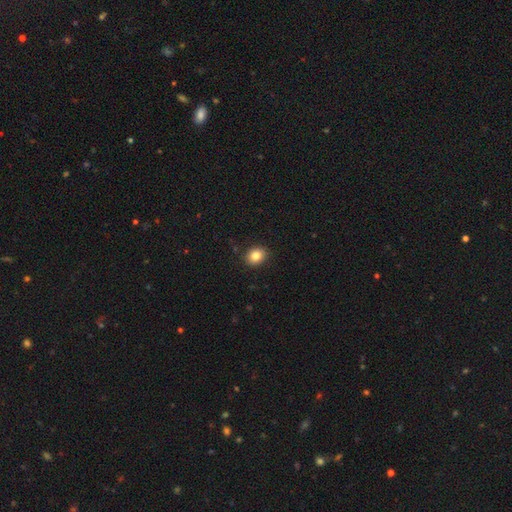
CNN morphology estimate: type=smooth (84%); roundness=round (58%); merging=none (90%).